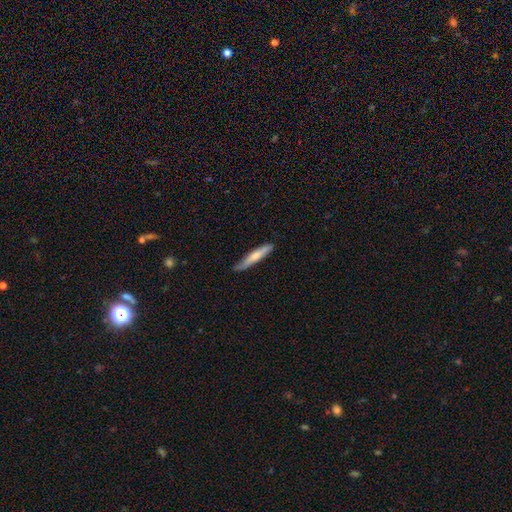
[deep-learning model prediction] smooth_or_featured: smooth (p=0.63) [alt: featured or disk p=0.32]
how_rounded: cigar-shaped (p=0.91) [alt: in between p=0.08]
merging: none (p=0.75) [alt: minor disturbance p=0.21]